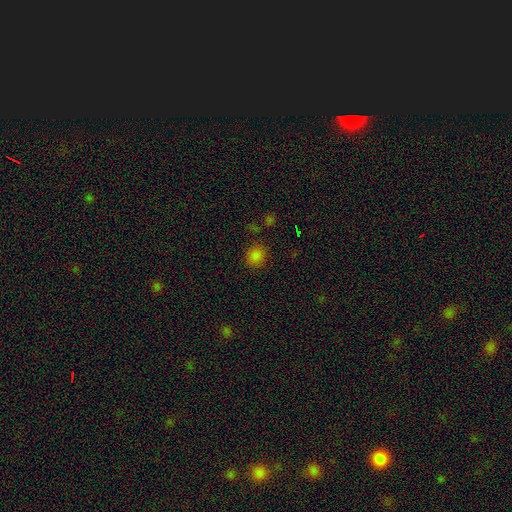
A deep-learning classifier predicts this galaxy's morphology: Smooth or featured?
  - smooth: 79% *
  - star or artifact: 17%
  - featured or disk: 4%
How rounded?
  - round: 82% *
  - in between: 17%
  - cigar-shaped: 1%
Merging?
  - none: 82% *
  - minor disturbance: 10%
  - merger: 4%
  - major disturbance: 4%